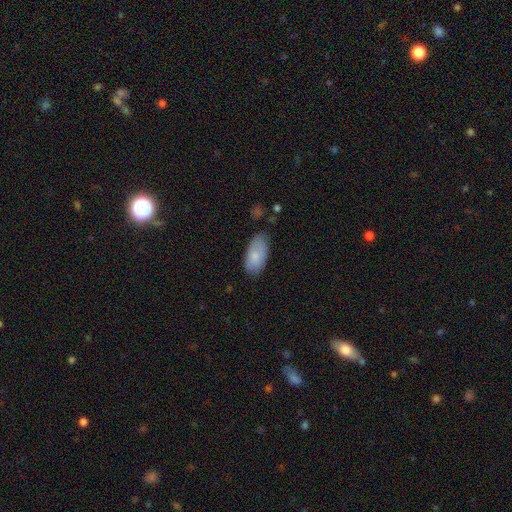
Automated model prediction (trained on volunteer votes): Smooth or featured: smooth — 80% (featured or disk — 13%)
How rounded: in between — 93% (cigar-shaped — 4%)
Merging: none — 68% (minor disturbance — 25%)